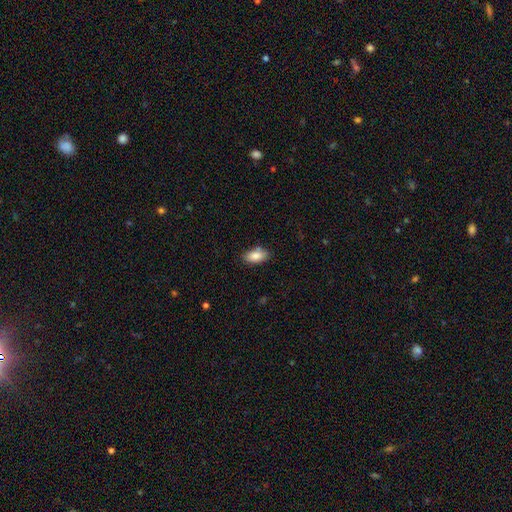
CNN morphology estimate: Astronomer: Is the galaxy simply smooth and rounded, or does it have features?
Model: smooth — 85%.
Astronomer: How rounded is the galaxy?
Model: in between — 91%.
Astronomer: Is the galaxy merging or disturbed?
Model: none — 80%.